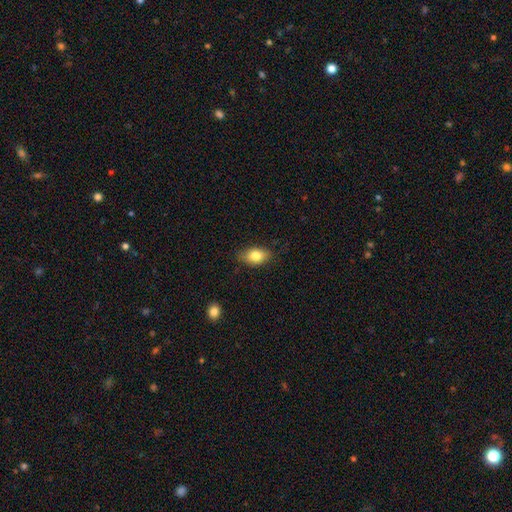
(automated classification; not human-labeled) This appears to be a smooth galaxy with no disk features (81%) that is in between round and cigar-shaped (86%). Merging: none (81%).